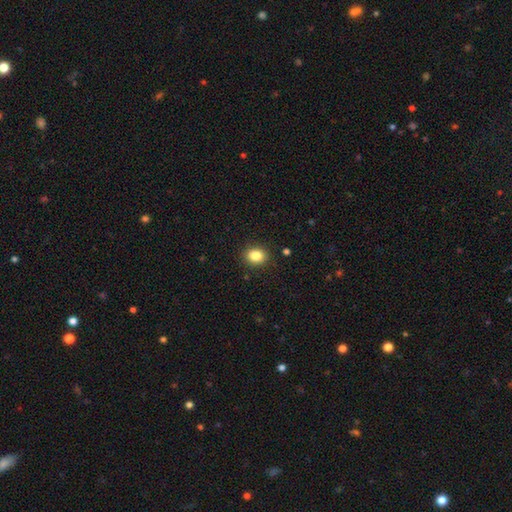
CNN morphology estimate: type=smooth (84%); roundness=round (51%); merging=none (89%).